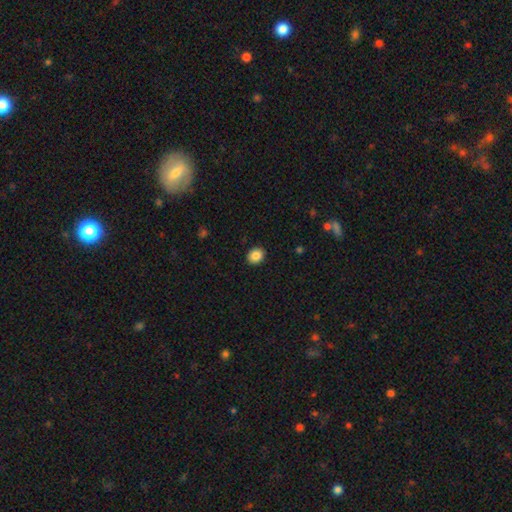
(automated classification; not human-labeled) smooth-or-featured: smooth: 87% | star or artifact: 9% | featured or disk: 5%
  how-rounded: round: 56% | in between: 44% | cigar-shaped: 1%
  merging: none: 91% | minor disturbance: 6% | major disturbance: 2% | merger: 1%